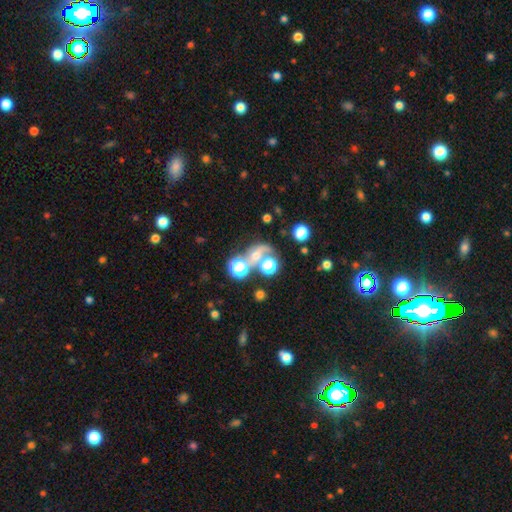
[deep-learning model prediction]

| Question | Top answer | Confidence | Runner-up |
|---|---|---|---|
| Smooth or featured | smooth | 37% | featured or disk (34%) |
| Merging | merger | 37% | none (35%) |